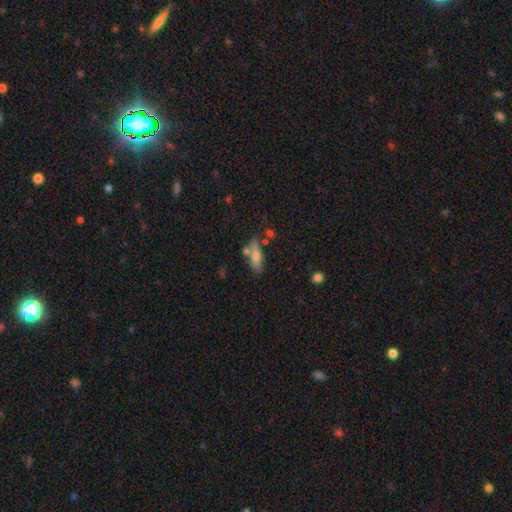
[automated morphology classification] A smooth galaxy with no disk features (68%) that is in between round and cigar-shaped (52%).

Vote fractions:
- Smooth or featured? smooth: 68% / featured or disk: 24% / star or artifact: 8%
- How rounded? in between: 52% / cigar-shaped: 45% / round: 3%
- Merging? none: 61% / minor disturbance: 17% / merger: 17% / major disturbance: 5%